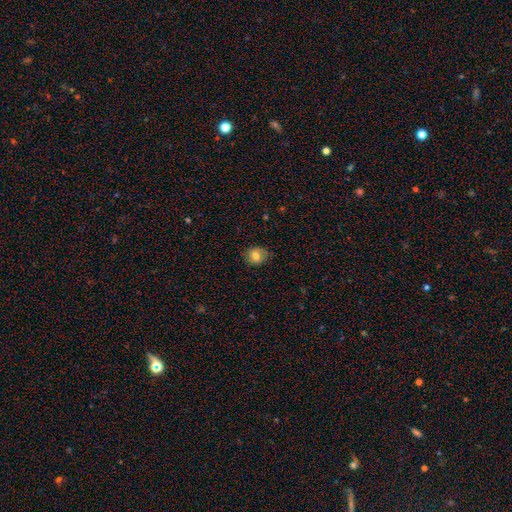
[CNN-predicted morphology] type=smooth (79%); roundness=round (72%); merging=none (78%).